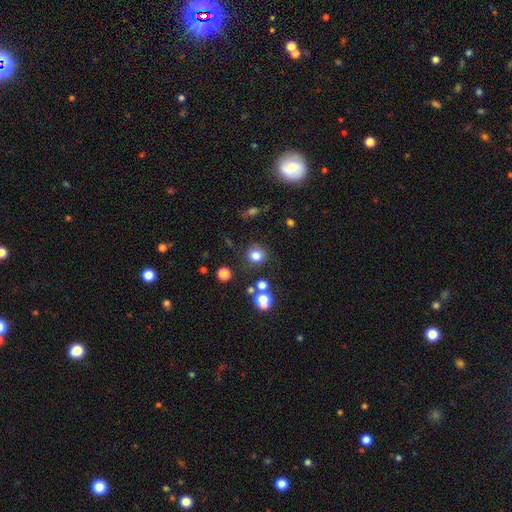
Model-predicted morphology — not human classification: Q: Smooth or featured?
A: smooth (79%); runner-up: star or artifact (15%)
Q: How rounded?
A: round (86%); runner-up: in between (13%)
Q: Merging?
A: none (81%); runner-up: minor disturbance (10%)